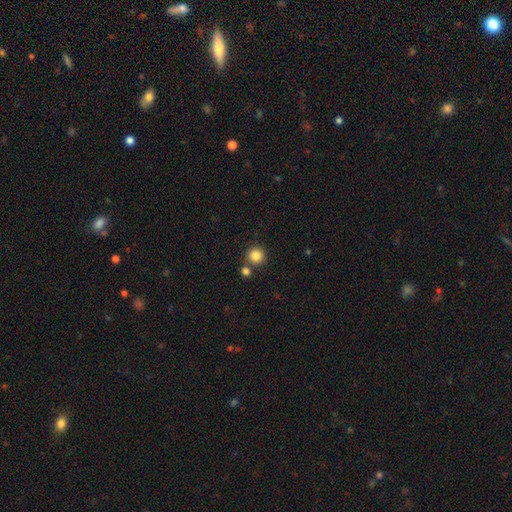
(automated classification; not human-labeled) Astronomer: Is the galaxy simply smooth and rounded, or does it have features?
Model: smooth — 85%.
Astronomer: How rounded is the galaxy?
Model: round — 93%.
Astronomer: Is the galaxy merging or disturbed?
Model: none — 75%.